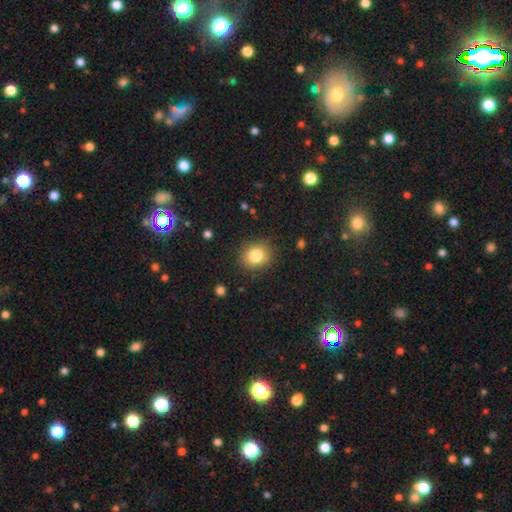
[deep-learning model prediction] smooth_or_featured: smooth (p=0.82) [alt: star or artifact p=0.10]
how_rounded: round (p=0.74) [alt: in between p=0.25]
merging: none (p=0.85) [alt: minor disturbance p=0.10]